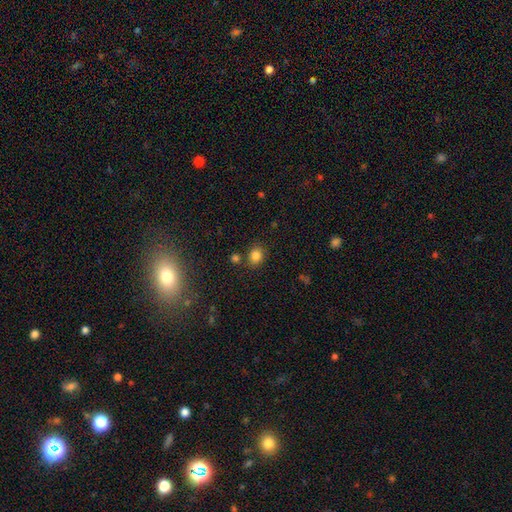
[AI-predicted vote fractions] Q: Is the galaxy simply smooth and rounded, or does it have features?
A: smooth — 82%.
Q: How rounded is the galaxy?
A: round — 63%.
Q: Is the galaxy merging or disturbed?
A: none — 78%.